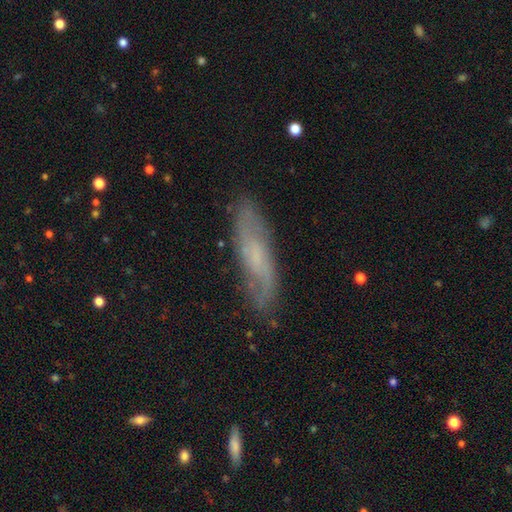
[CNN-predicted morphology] type=featured or disk (56%); edge-on=no (71%); merging=none (77%).